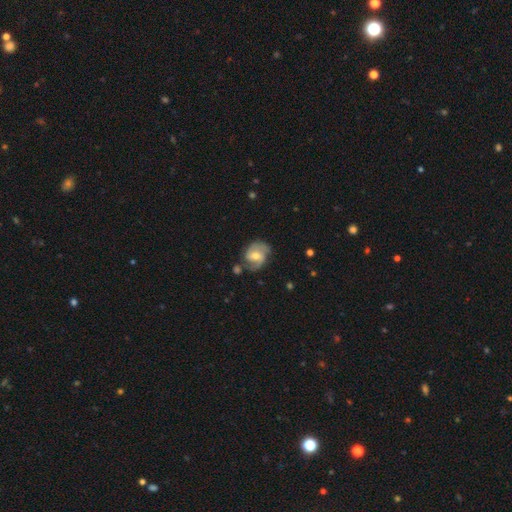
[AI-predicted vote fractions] This appears to be a featured or disk galaxy (75%) with a weak bar (47%), 2 (80%) medium (50%) spiral arms (92%) and a moderate central bulge (58%). Merging: none (62%).